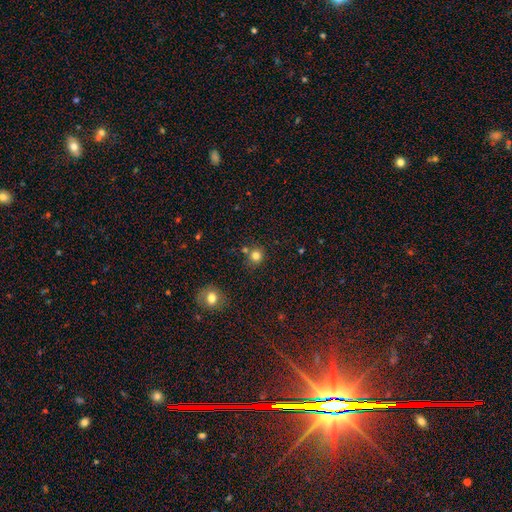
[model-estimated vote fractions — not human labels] The model was most divided on "merging": none: 72%, merger: 14%, minor disturbance: 10%, major disturbance: 3%. More confident: how rounded — round (88%); smooth or featured — smooth (80%).